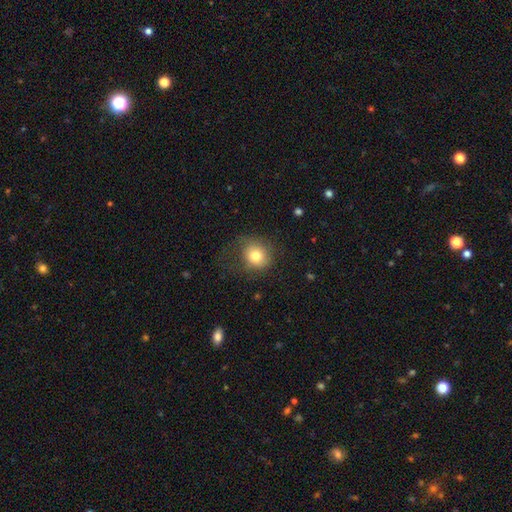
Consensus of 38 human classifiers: Smooth or featured? smooth (84%)
How rounded? round (81%)
Merging? none (56%)